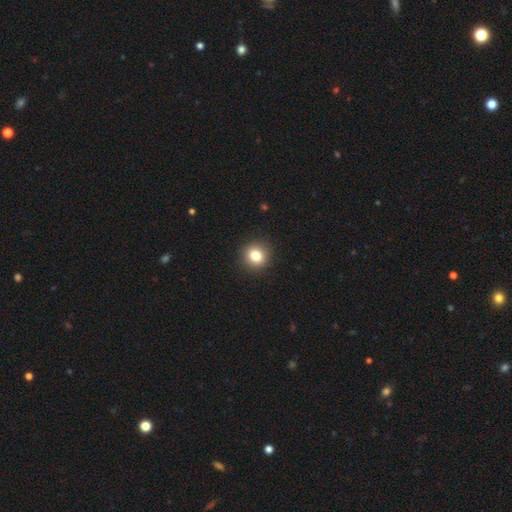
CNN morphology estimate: Q: Smooth or featured?
A: smooth (82%); runner-up: star or artifact (11%)
Q: How rounded?
A: round (87%); runner-up: in between (12%)
Q: Merging?
A: none (92%); runner-up: minor disturbance (5%)